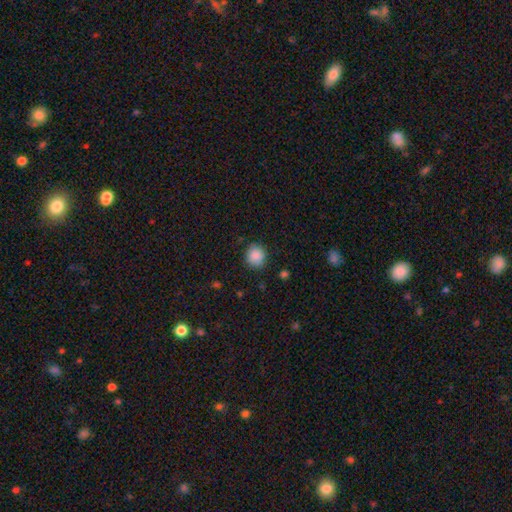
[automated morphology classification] smooth_or_featured: smooth (p=0.87) [alt: star or artifact p=0.09]
how_rounded: round (p=0.82) [alt: in between p=0.17]
merging: none (p=0.84) [alt: minor disturbance p=0.12]